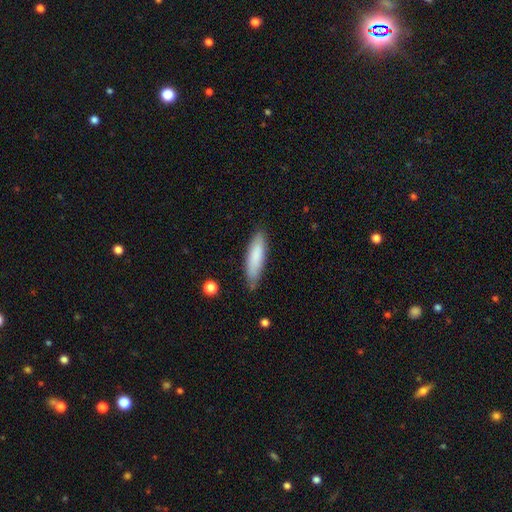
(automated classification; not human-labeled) smooth 81%, featured or disk 13%, star or artifact 6%. Down the decision tree: how rounded — cigar-shaped (68%); merging — none (80%).